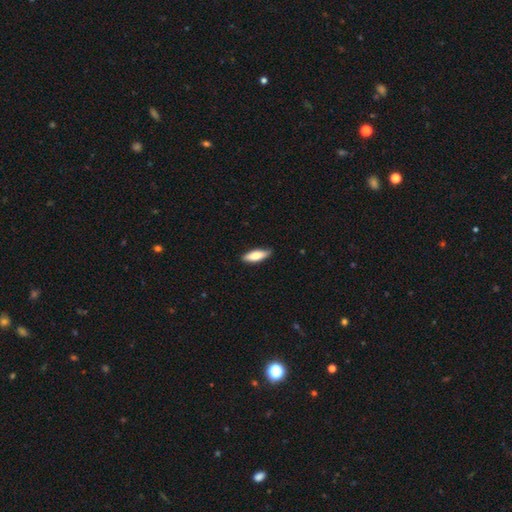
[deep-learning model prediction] Morphology: type=smooth (79%); roundness=in between (57%); merging=none (85%).